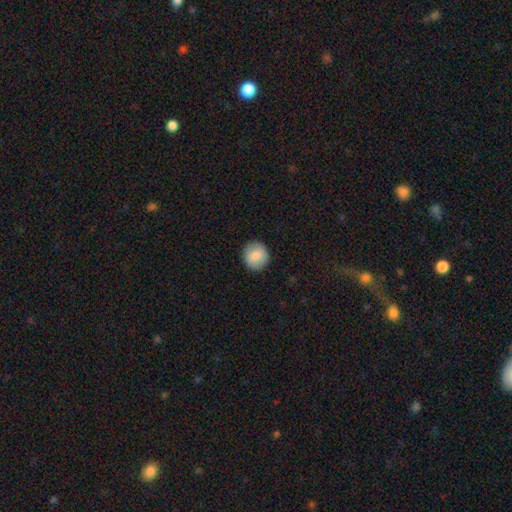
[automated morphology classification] This appears to be a smooth galaxy with no disk features (85%) that is round (91%). Merging: none (90%).